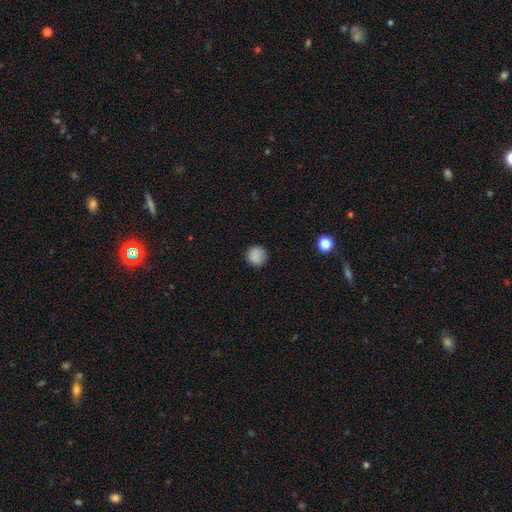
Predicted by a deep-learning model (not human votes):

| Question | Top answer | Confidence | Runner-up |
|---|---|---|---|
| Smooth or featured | smooth | 87% | star or artifact (9%) |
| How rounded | round | 94% | in between (5%) |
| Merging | none | 86% | minor disturbance (10%) |